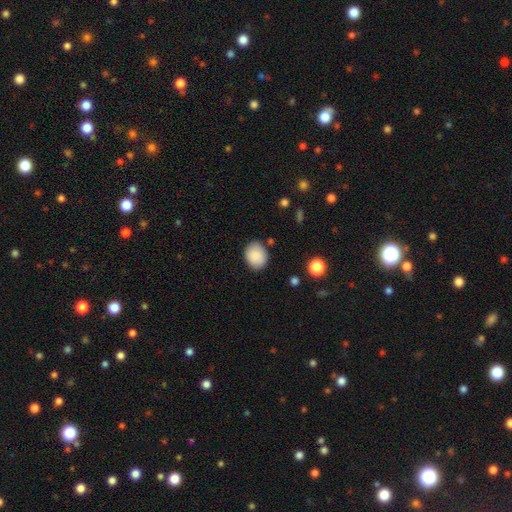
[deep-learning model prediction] Morphology: type=smooth (88%); roundness=round (50%); merging=none (81%).